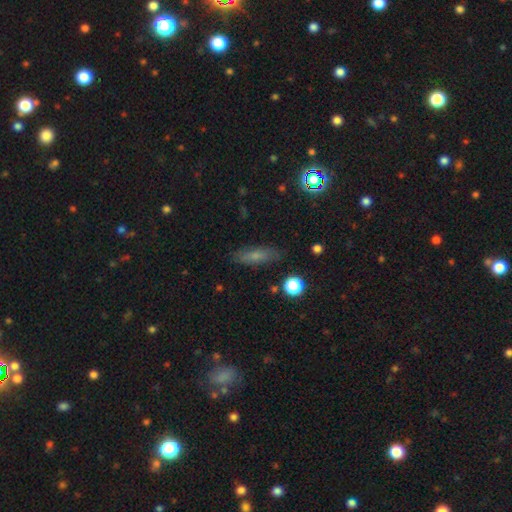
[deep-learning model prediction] A smooth galaxy with no disk features (67%) that is cigar-shaped (54%). Merging: none (84%).